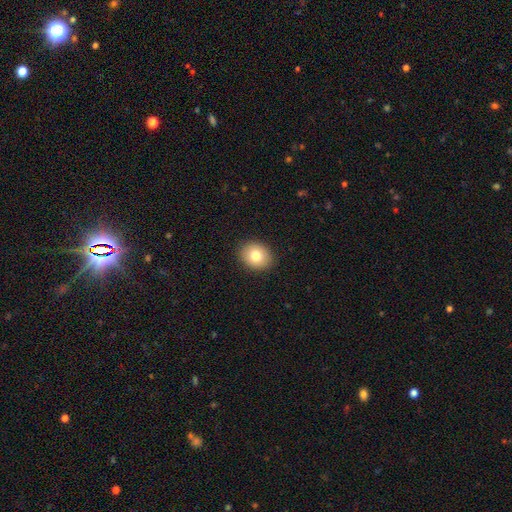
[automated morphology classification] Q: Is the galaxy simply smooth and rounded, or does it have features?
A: smooth — 80%.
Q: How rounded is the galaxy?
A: round — 54%.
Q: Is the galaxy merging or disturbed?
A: none — 90%.